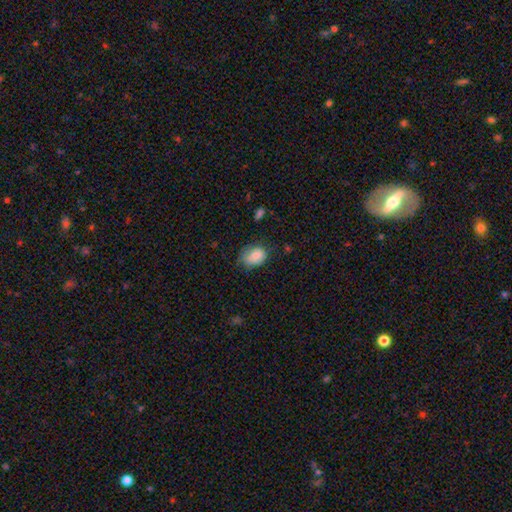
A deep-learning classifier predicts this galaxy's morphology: smooth-or-featured: smooth: 83% | featured or disk: 9% | star or artifact: 8%
  how-rounded: in between: 67% | round: 32% | cigar-shaped: 1%
  merging: none: 52% | minor disturbance: 34% | major disturbance: 11% | merger: 2%